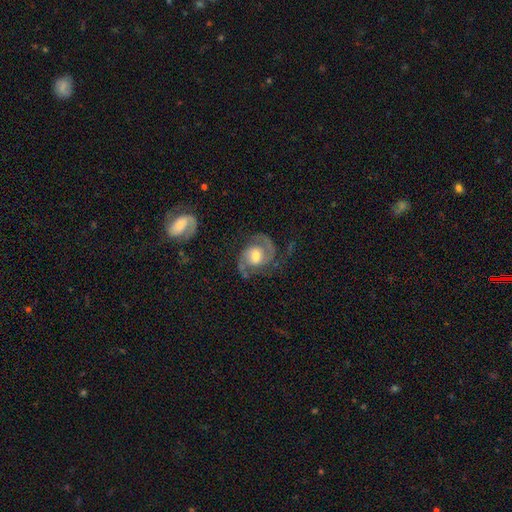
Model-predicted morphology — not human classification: smooth-or-featured: featured or disk: 88% | smooth: 6% | star or artifact: 5%
  disk-edge-on: no: 98% | yes: 2%
    bar: no: 48% | weak: 41% | strong: 11%
    has-spiral-arms: yes: 97% | no: 3%
      spiral-winding: medium: 58% | tight: 26% | loose: 16%
      spiral-arm-count: 2: 92% | can't tell: 3% | 3: 2% | 1: 2% | 4: 1% | more than 4: 1%
    bulge-size: moderate: 65% | large: 17% | small: 15% | none: 2% | dominant: 1%
  merging: none: 75% | minor disturbance: 15% | major disturbance: 8% | merger: 2%